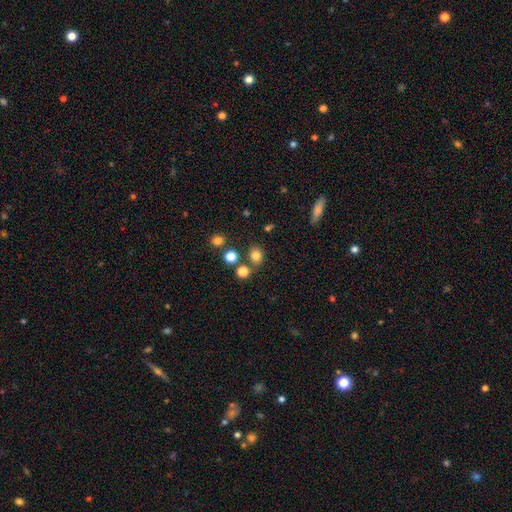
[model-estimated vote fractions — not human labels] This is likely a smooth galaxy (79%). How rounded: likely round (68%). Merging: likely none (72%).